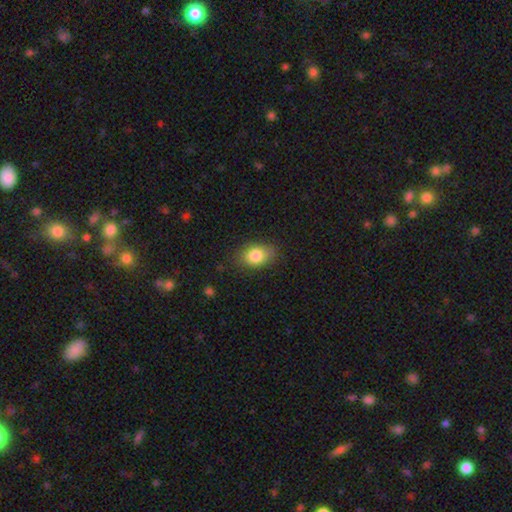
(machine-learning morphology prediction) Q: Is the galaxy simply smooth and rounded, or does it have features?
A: smooth — 83%.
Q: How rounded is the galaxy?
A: in between — 75%.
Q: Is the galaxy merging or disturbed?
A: none — 80%.